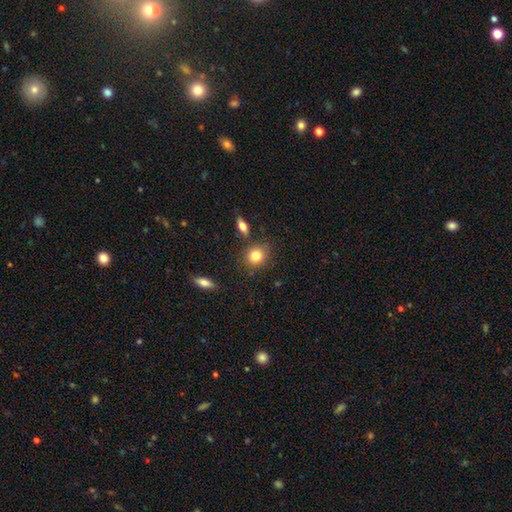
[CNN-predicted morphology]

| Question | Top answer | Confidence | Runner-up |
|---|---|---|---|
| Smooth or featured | smooth | 83% | star or artifact (9%) |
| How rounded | round | 72% | in between (27%) |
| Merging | none | 77% | minor disturbance (12%) |